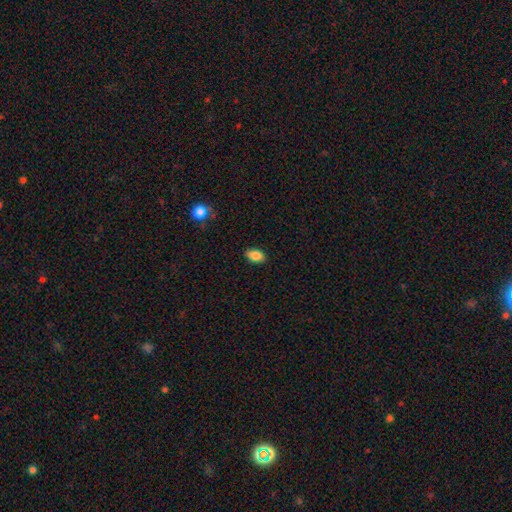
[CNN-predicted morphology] A smooth galaxy with no disk features (84%) that is in between round and cigar-shaped (90%). Merging: none (87%).